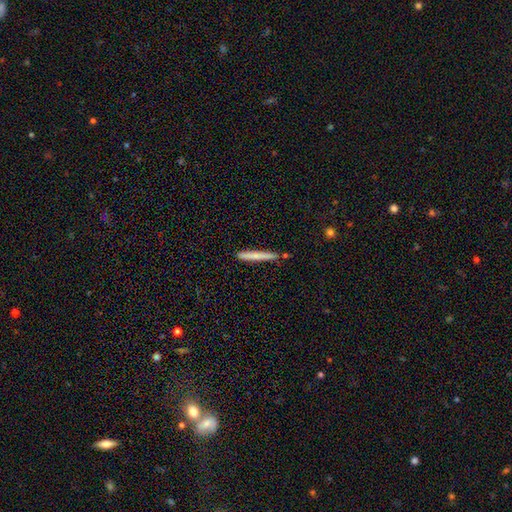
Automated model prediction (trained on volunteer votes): Smooth or featured? Predicted: smooth (p=0.70). How rounded? Predicted: cigar-shaped (p=0.96). Merging? Predicted: none (p=0.84).